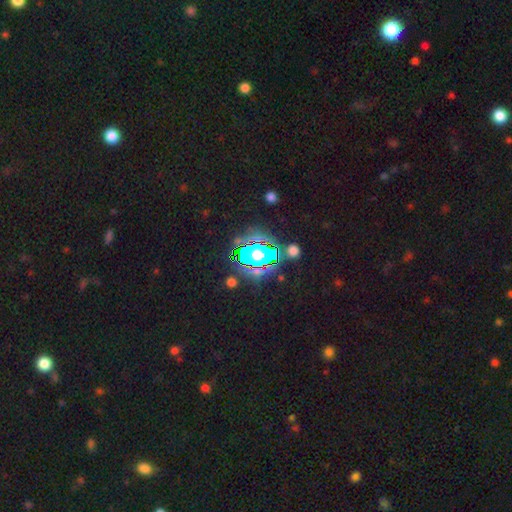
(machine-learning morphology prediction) star or artifact 80%, smooth 12%, featured or disk 8%.